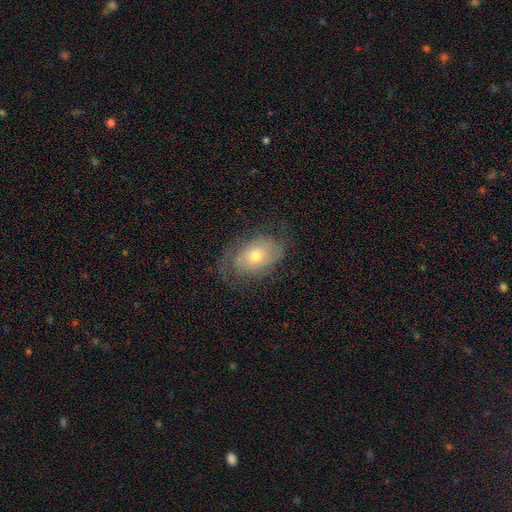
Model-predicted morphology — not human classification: Overall: featured or disk (59%; smooth 33%). Edge-on disk: no (94%). Bar: no (81%). Spiral arms: yes (75%). Bulge size: moderate (55%; small 39%). Merging: none (60%; minor disturbance 22%).